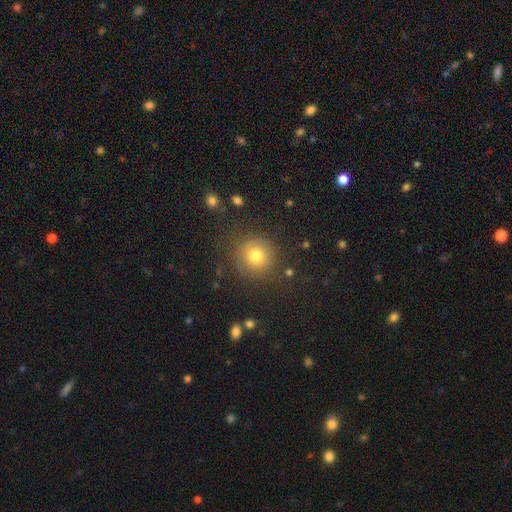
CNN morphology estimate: This is likely a smooth galaxy (77%). How rounded: clearly round (92%). Merging: clearly none (82%).